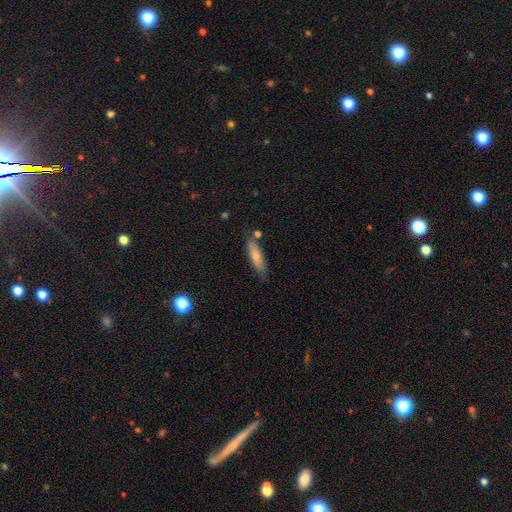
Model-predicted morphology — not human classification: A smooth galaxy with no disk features (77%) that is cigar-shaped (67%). Merging: none (76%).